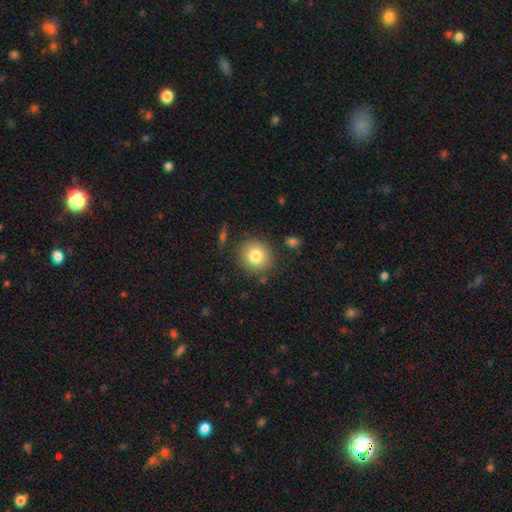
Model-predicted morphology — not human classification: Smooth or featured? Predicted: smooth (p=0.81). How rounded? Predicted: round (p=0.89). Merging? Predicted: none (p=0.86).